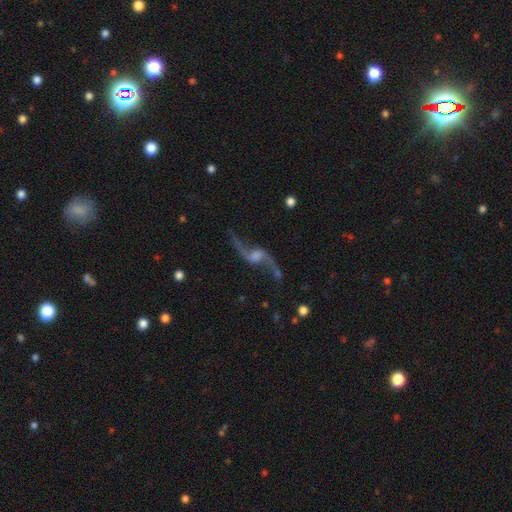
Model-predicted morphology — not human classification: Smooth or featured? Predicted: featured or disk (p=0.87). Edge-on disk? Predicted: no (p=0.89). Bar? Predicted: no (p=0.48). Spiral arms? Predicted: yes (p=0.96). Spiral winding? Predicted: loose (p=0.92). Spiral arm count? Predicted: 2 (p=0.94). Bulge size? Predicted: small (p=0.37). Merging? Predicted: none (p=0.77).